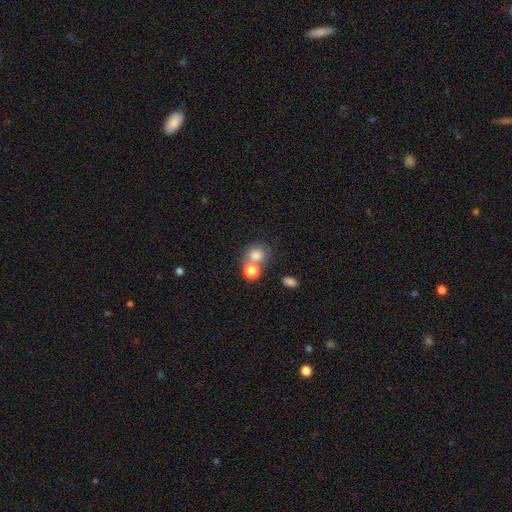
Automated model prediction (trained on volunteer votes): This appears to be a smooth galaxy with no disk features (80%) that is round (72%). Merging: none (45%).